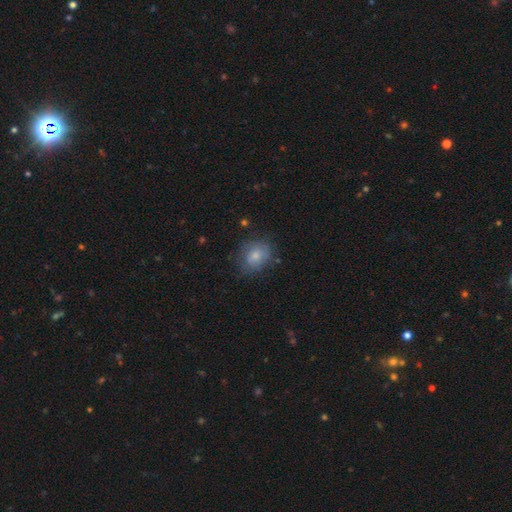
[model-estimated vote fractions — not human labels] smooth 73%, featured or disk 19%, star or artifact 8%. Down the decision tree: how rounded — round (57%); merging — none (66%).